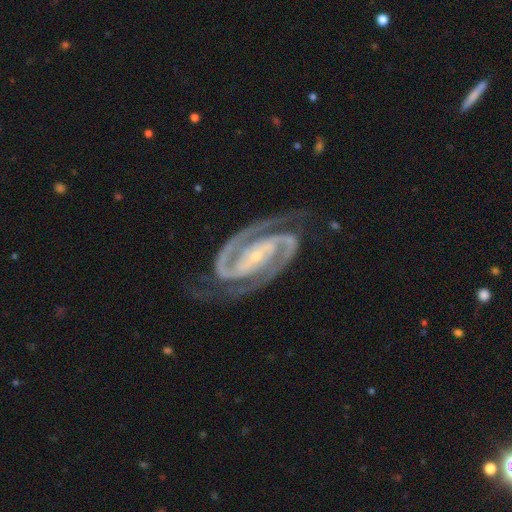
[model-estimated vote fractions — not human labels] Smooth or featured? featured or disk (94%)
Edge-on disk? no (98%)
Bar? strong (52%)
Spiral arms? yes (99%)
Spiral winding? tight (53%)
Spiral arm count? 2 (94%)
Bulge size? small (82%)
Merging? none (80%)